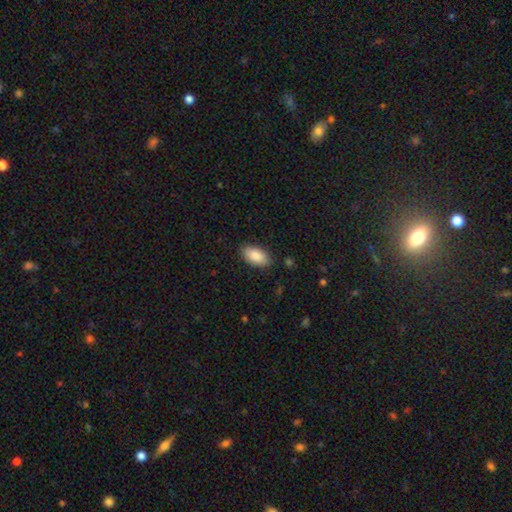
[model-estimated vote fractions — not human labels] Smooth or featured: smooth — 89% (star or artifact — 6%)
How rounded: in between — 94% (cigar-shaped — 3%)
Merging: none — 87% (minor disturbance — 10%)